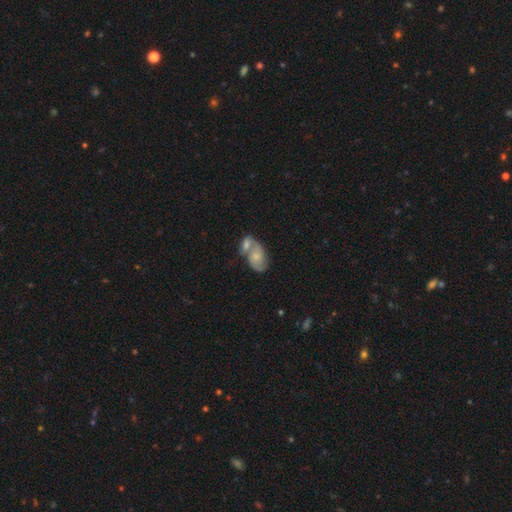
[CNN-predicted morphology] This appears to be a featured or disk galaxy (61%) with no bar (70%), spiral arms (82%) and a small central bulge (48%). Merging: merger (62%).